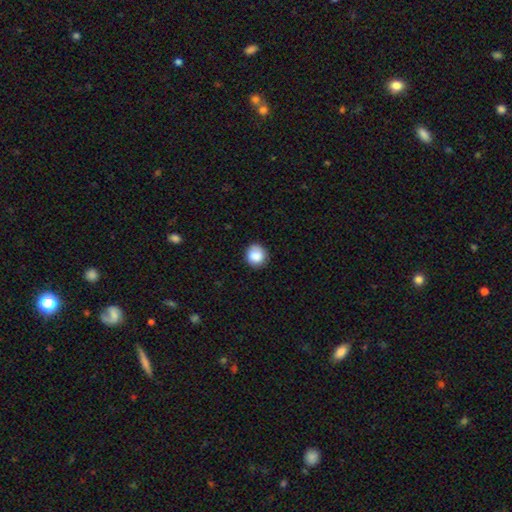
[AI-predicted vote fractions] Smooth or featured?
  - smooth: 87% *
  - star or artifact: 8%
  - featured or disk: 5%
How rounded?
  - round: 88% *
  - in between: 11%
  - cigar-shaped: 1%
Merging?
  - none: 84% *
  - minor disturbance: 12%
  - major disturbance: 3%
  - merger: 1%